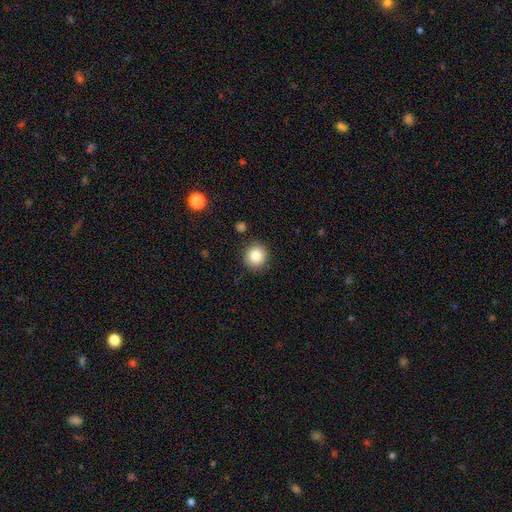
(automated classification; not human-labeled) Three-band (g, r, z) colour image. It shows a smooth galaxy with no disk features (83%) that is round (91%). Merging: none (88%).